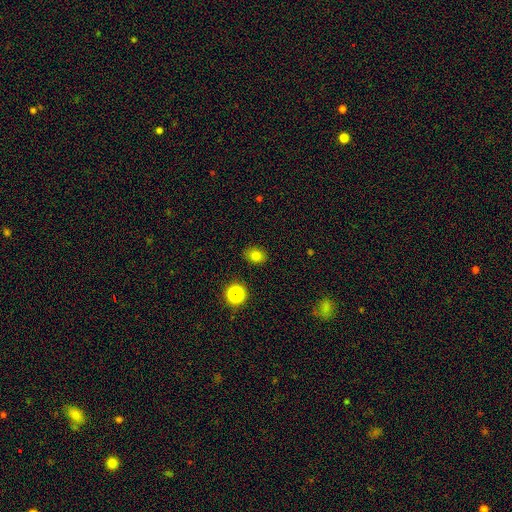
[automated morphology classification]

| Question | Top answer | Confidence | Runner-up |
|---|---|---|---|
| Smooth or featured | smooth | 79% | star or artifact (14%) |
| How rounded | in between | 57% | round (42%) |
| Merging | none | 87% | minor disturbance (9%) |